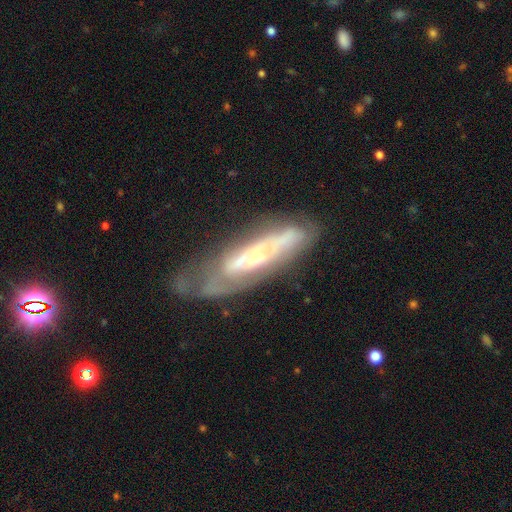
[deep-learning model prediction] The model was most divided on "merging": none: 53%, minor disturbance: 27%, major disturbance: 17%, merger: 3%. More confident: smooth or featured — featured or disk (72%); edge-on disk — no (67%).